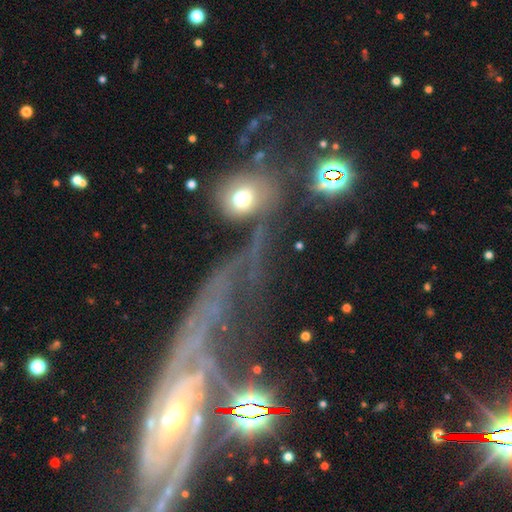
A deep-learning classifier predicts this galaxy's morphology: featured or disk 60%, smooth 23%, star or artifact 16%. Down the decision tree: edge-on disk — no (83%); bar — no (58%); spiral arms — yes (79%); bulge size — moderate (50%); merging — none (52%).